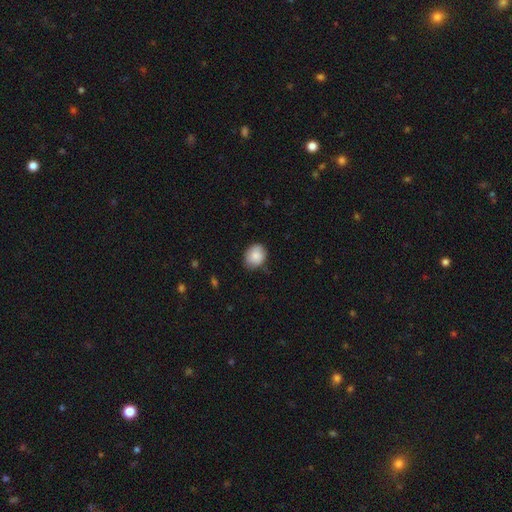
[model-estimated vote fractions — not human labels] smooth_or_featured: smooth (p=0.84) [alt: featured or disk p=0.09]
how_rounded: round (p=0.53) [alt: in between p=0.46]
merging: none (p=0.72) [alt: minor disturbance p=0.23]